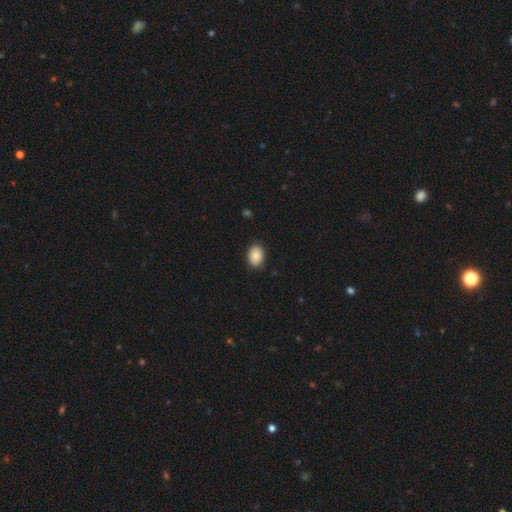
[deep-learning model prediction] Morphology: type=smooth (86%); roundness=in between (67%); merging=none (88%).